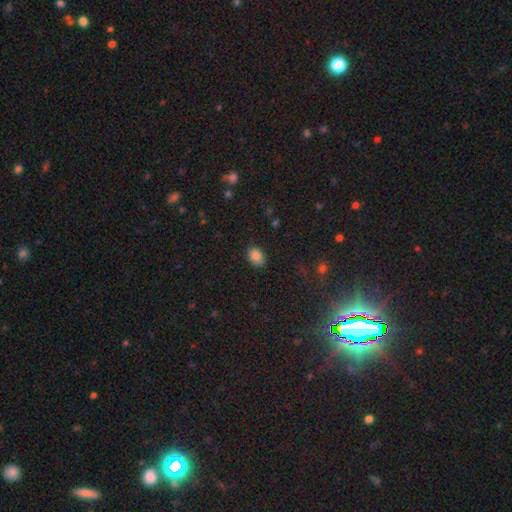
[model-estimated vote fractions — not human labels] A smooth galaxy with no disk features (85%) that is in between round and cigar-shaped (73%).

Vote fractions:
- Smooth or featured? smooth: 85% / star or artifact: 10% / featured or disk: 5%
- How rounded? in between: 73% / round: 26% / cigar-shaped: 1%
- Merging? none: 84% / minor disturbance: 12% / major disturbance: 3% / merger: 1%